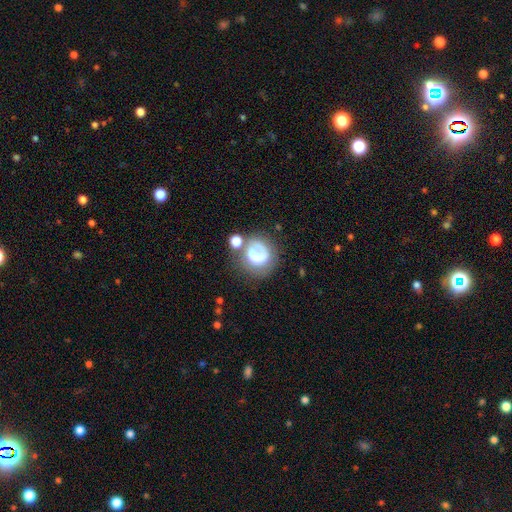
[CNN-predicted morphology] smooth-or-featured: featured or disk: 45% | smooth: 44% | star or artifact: 11%
  merging: none: 44% | major disturbance: 23% | minor disturbance: 18% | merger: 14%